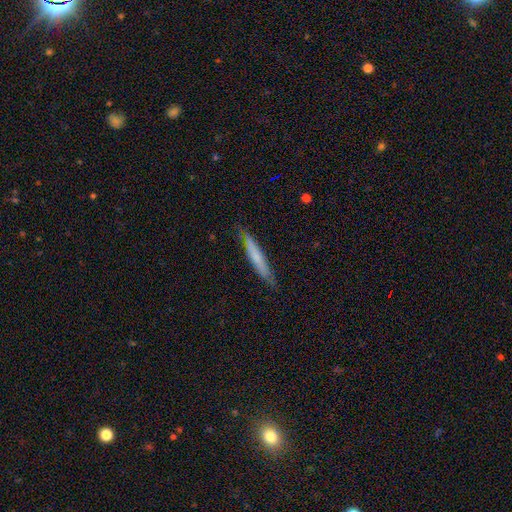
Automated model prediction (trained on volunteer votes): Smooth or featured? smooth (59%)
How rounded? cigar-shaped (94%)
Merging? none (82%)